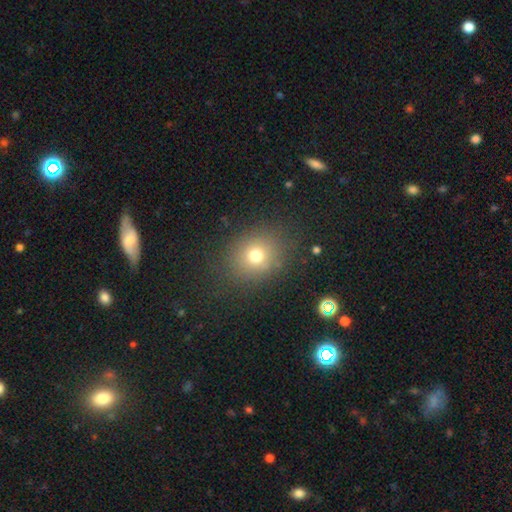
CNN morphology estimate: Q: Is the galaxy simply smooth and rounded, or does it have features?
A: smooth — 73%.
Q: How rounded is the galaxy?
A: round — 68%.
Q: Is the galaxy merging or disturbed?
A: none — 83%.